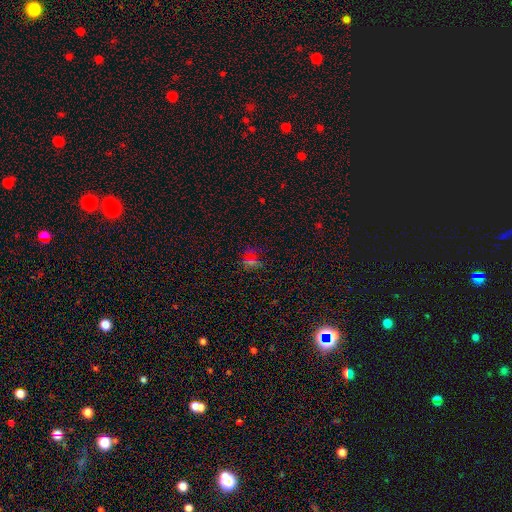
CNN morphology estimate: Q: Smooth or featured?
A: star or artifact (50%); runner-up: smooth (35%)